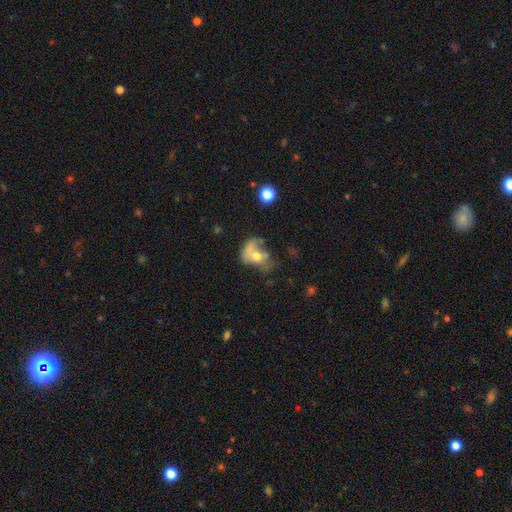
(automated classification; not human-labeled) smooth 51%, featured or disk 38%, star or artifact 12%. Down the decision tree: how rounded — in between (66%); merging — major disturbance (42%).